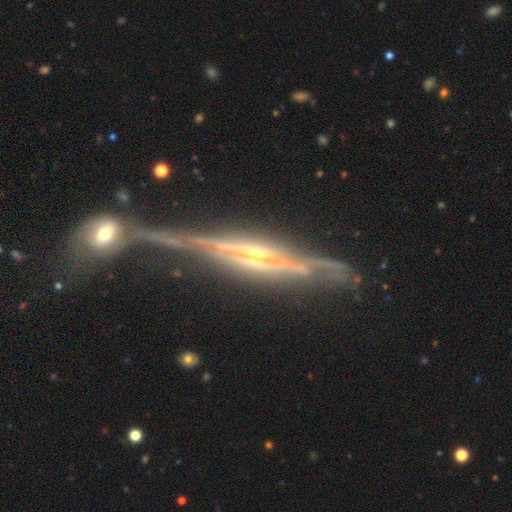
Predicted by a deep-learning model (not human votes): smooth_or_featured: featured or disk (p=0.88) [alt: star or artifact p=0.07]
disk_edge_on: yes (p=0.89) [alt: no p=0.11]
edge_on_bulge: rounded (p=0.77) [alt: boxy p=0.12]
merging: none (p=0.51) [alt: merger p=0.22]